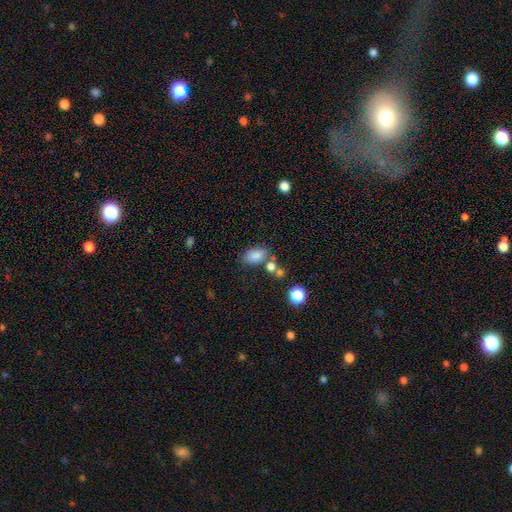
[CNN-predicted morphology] Q: Smooth or featured?
A: smooth (83%); runner-up: star or artifact (11%)
Q: How rounded?
A: in between (89%); runner-up: round (10%)
Q: Merging?
A: none (65%); runner-up: minor disturbance (15%)